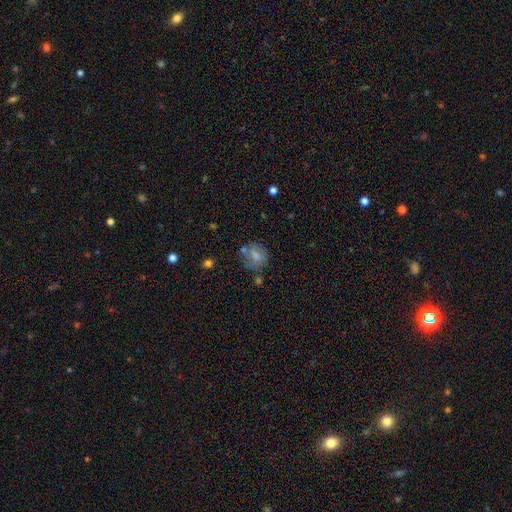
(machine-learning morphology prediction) type=smooth (69%); roundness=round (65%); merging=none (56%).